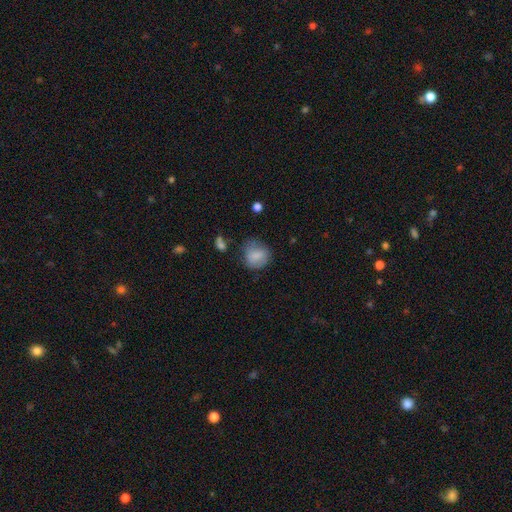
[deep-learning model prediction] smooth-or-featured: smooth: 75% | featured or disk: 17% | star or artifact: 8%
  how-rounded: round: 73% | in between: 26% | cigar-shaped: 1%
  merging: none: 59% | minor disturbance: 26% | major disturbance: 11% | merger: 3%